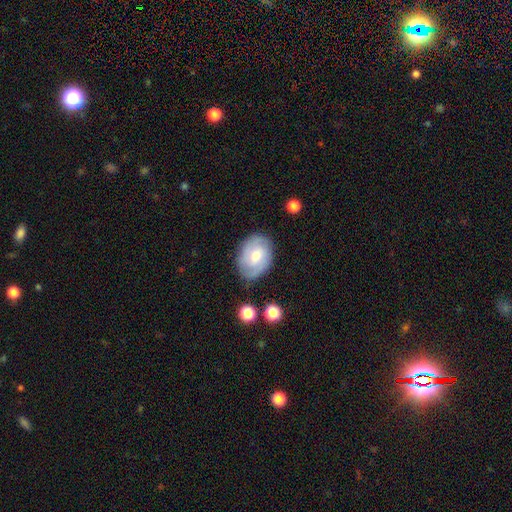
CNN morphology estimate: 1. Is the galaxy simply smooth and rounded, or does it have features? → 55% featured or disk, 38% smooth, 7% star or artifact.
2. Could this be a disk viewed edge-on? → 96% no, 4% yes.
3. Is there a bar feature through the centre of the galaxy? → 52% no, 40% weak, 8% strong.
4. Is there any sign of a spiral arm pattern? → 80% yes, 20% no.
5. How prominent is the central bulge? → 60% moderate, 34% small, 3% large, 1% none, 1% dominant.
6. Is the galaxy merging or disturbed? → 76% none, 17% minor disturbance, 5% major disturbance, 2% merger.